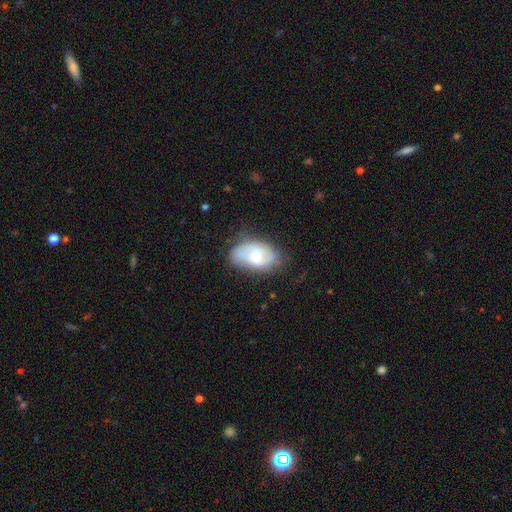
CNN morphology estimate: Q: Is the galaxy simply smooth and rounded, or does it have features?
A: smooth — 47%.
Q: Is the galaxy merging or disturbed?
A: none — 62%.